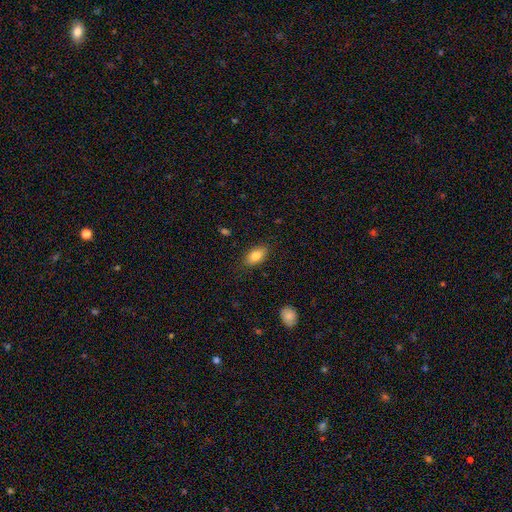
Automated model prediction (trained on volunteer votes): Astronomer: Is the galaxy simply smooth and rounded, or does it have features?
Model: smooth — 83%.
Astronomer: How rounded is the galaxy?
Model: in between — 91%.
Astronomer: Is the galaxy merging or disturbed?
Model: none — 85%.